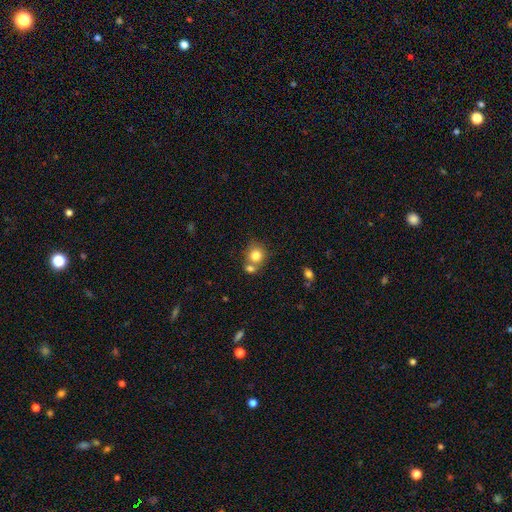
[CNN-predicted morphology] This is likely a smooth galaxy (79%). How rounded: clearly round (83%). Merging: possibly none (50%).